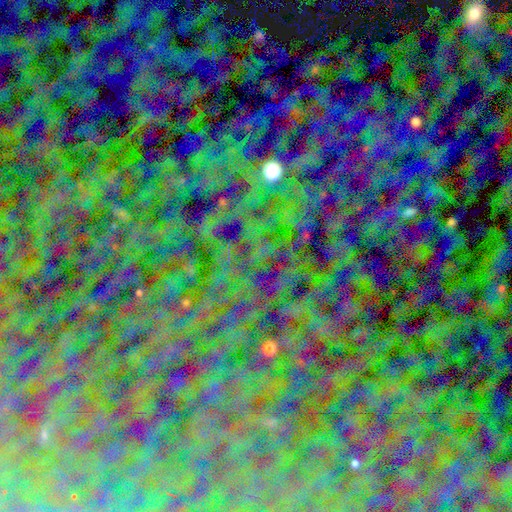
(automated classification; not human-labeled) A star or artifact, not a galaxy (81%).